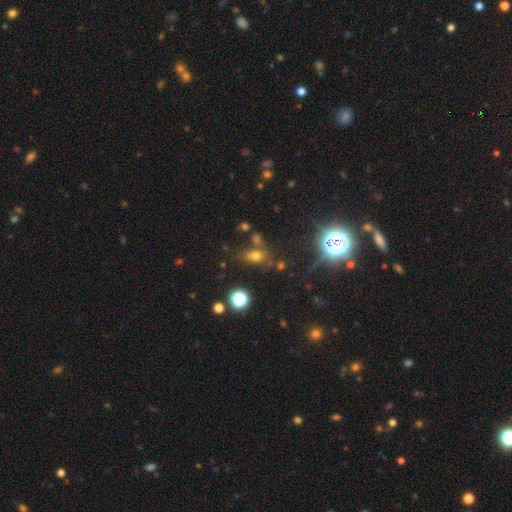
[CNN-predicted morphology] This appears to be a smooth galaxy with no disk features (56%) that is in between round and cigar-shaped (62%). Merging: none (64%).